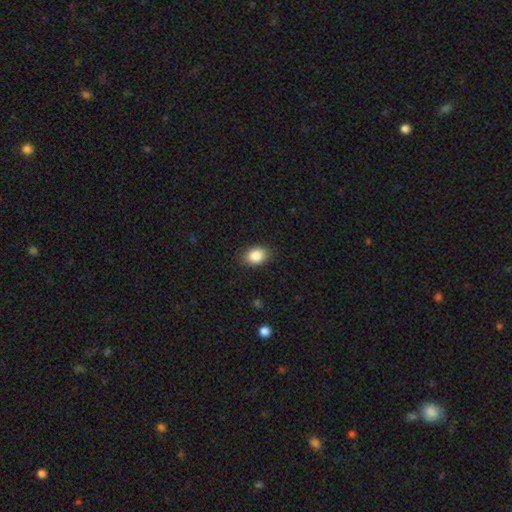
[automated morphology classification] smooth_or_featured: smooth (p=0.87) [alt: star or artifact p=0.08]
how_rounded: in between (p=0.73) [alt: round p=0.26]
merging: none (p=0.86) [alt: minor disturbance p=0.11]